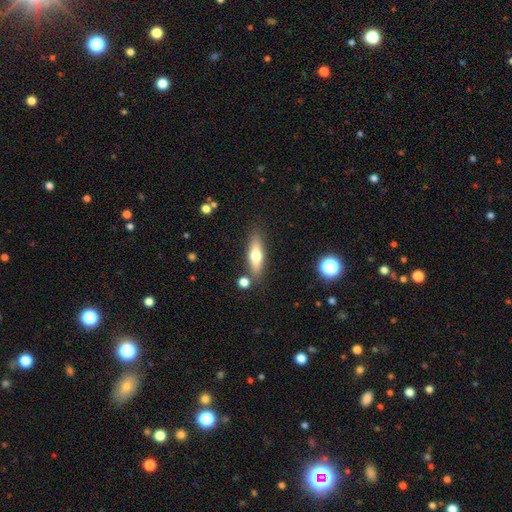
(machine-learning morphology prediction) smooth-or-featured: smooth: 54% | featured or disk: 39% | star or artifact: 7%
  how-rounded: cigar-shaped: 59% | in between: 38% | round: 3%
  merging: none: 81% | minor disturbance: 11% | merger: 5% | major disturbance: 3%